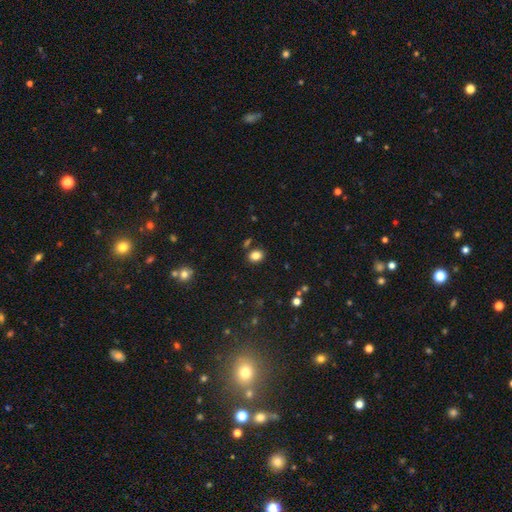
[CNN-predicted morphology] Smooth or featured? Predicted: smooth (p=0.83). How rounded? Predicted: in between (p=0.57). Merging? Predicted: none (p=0.83).